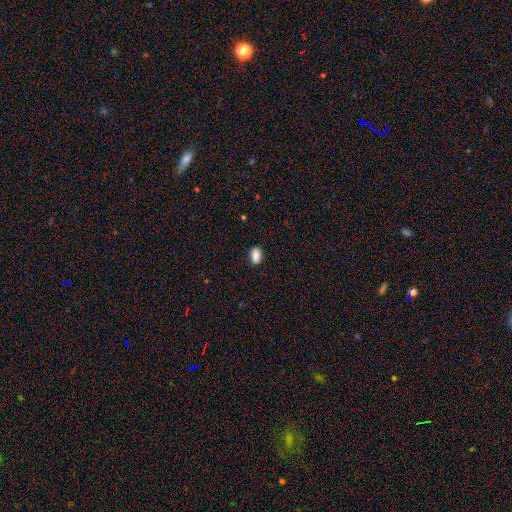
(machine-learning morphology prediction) This is clearly a smooth galaxy (86%). How rounded: clearly in between (86%). Merging: clearly none (87%).